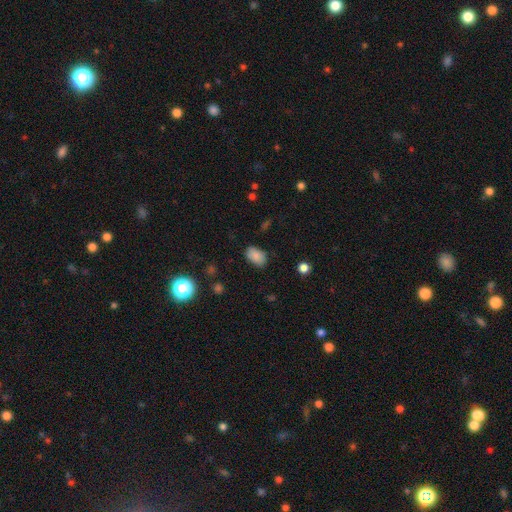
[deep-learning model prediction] Morphology: type=smooth (86%); roundness=in between (89%); merging=none (81%).